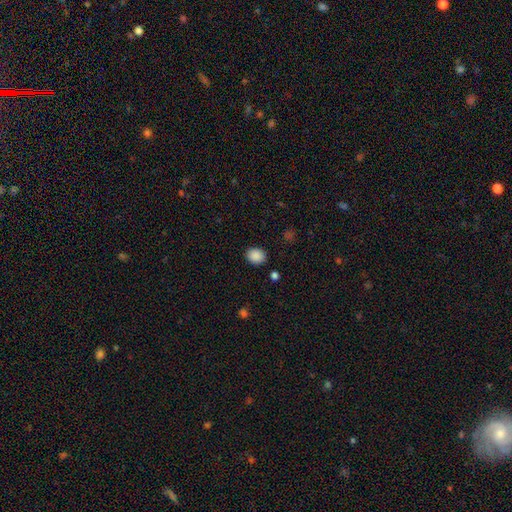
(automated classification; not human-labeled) Q: Smooth or featured?
A: smooth (88%); runner-up: star or artifact (9%)
Q: How rounded?
A: in between (52%); runner-up: round (47%)
Q: Merging?
A: none (87%); runner-up: minor disturbance (8%)